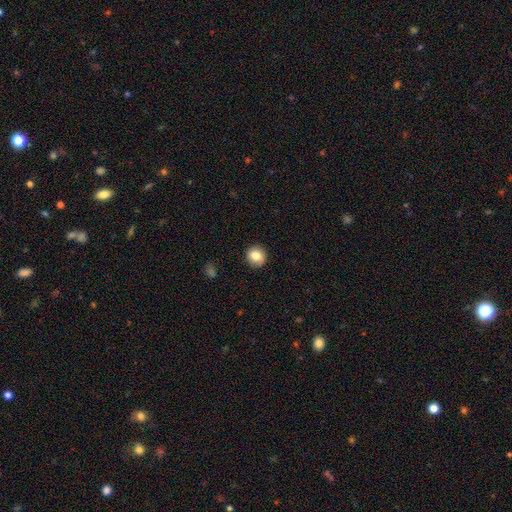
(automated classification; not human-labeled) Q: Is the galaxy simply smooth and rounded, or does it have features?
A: smooth — 83%.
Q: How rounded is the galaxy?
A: round — 89%.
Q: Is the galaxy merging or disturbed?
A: none — 90%.